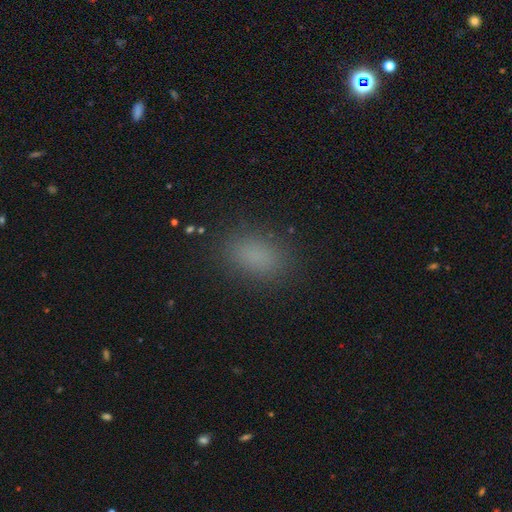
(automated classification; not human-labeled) Smooth or featured: smooth — 82% (star or artifact — 13%)
How rounded: in between — 84% (round — 13%)
Merging: none — 86% (minor disturbance — 10%)